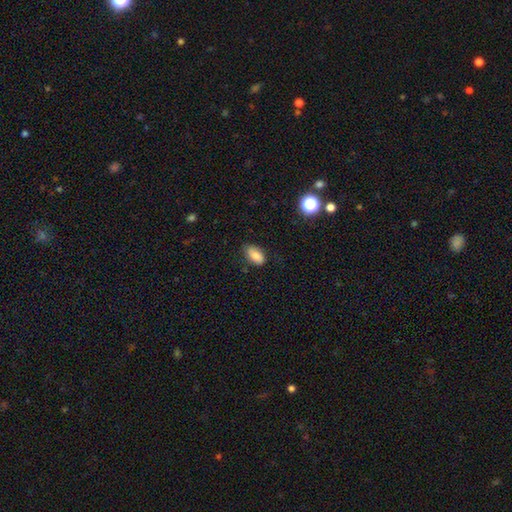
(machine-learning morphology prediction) A smooth galaxy with no disk features (83%) that is in between round and cigar-shaped (92%).

Vote fractions:
- Smooth or featured? smooth: 83% / featured or disk: 9% / star or artifact: 9%
- How rounded? in between: 92% / round: 5% / cigar-shaped: 3%
- Merging? none: 73% / minor disturbance: 21% / major disturbance: 4% / merger: 1%